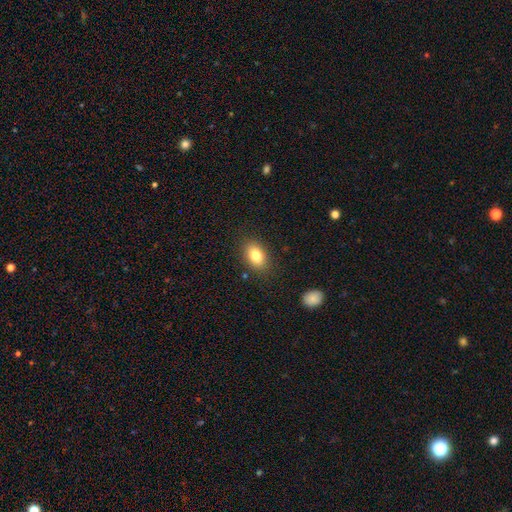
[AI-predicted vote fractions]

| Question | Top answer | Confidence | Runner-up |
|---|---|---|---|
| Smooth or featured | smooth | 81% | featured or disk (11%) |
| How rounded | in between | 83% | round (15%) |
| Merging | none | 85% | minor disturbance (10%) |